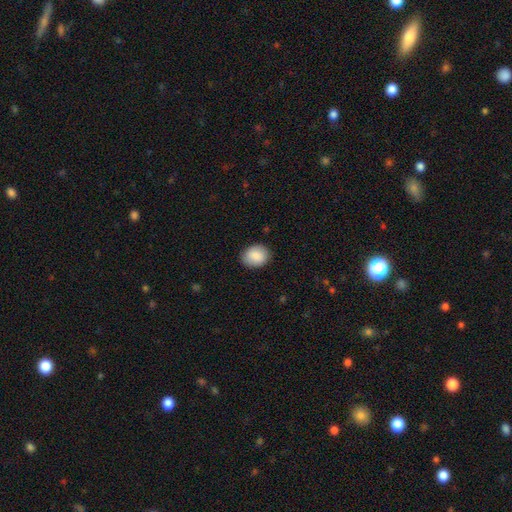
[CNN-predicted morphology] Smooth or featured? smooth (88%)
How rounded? in between (52%)
Merging? none (86%)